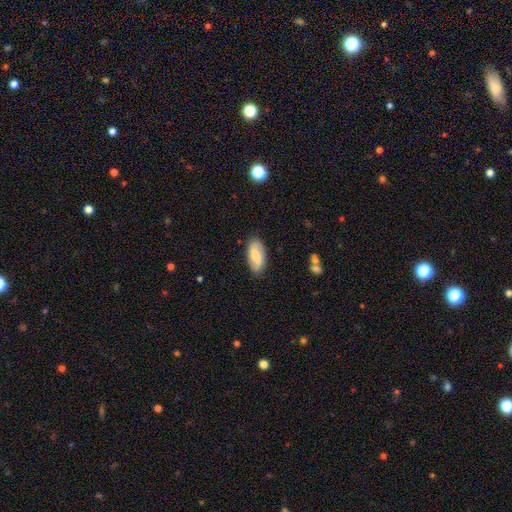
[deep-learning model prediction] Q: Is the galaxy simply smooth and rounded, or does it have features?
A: smooth — 50%.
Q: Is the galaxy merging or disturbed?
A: none — 84%.